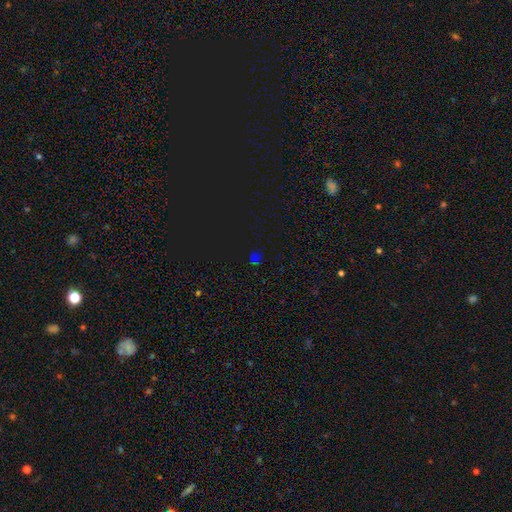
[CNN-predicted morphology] A star or artifact, not a galaxy (64%).